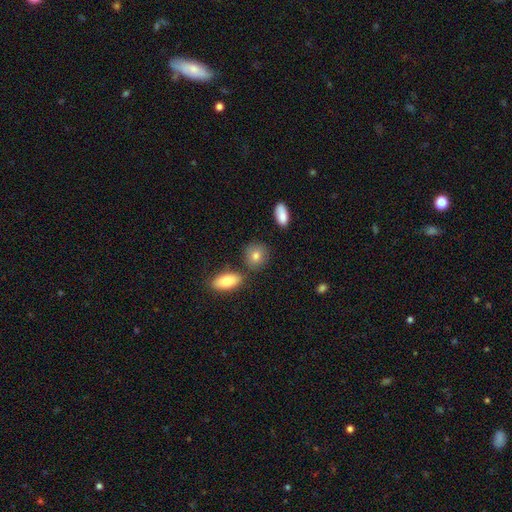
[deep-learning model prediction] Overall: smooth (81%). How rounded: round (68%; in between 30%). Merging: none (77%).